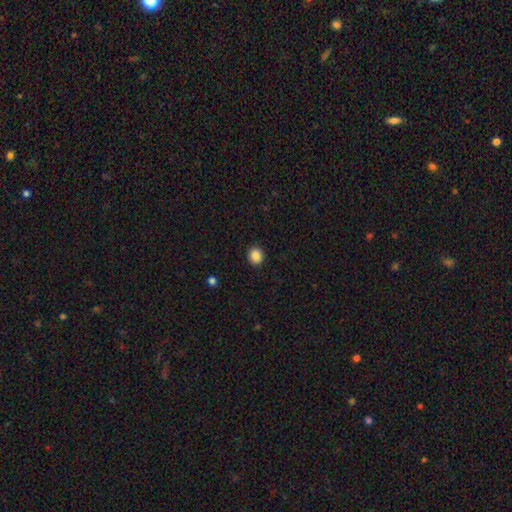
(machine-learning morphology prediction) This is clearly a smooth galaxy (86%). How rounded: likely round (79%). Merging: clearly none (91%).